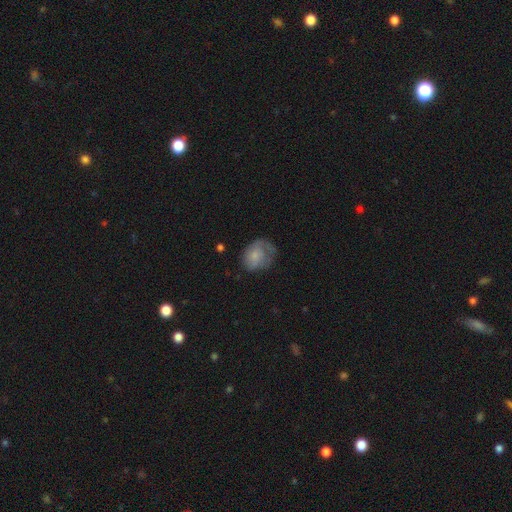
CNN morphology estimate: Overall: smooth (56%; featured or disk 36%). How rounded: in between (53%; round 46%). Merging: none (41%; minor disturbance 29%).